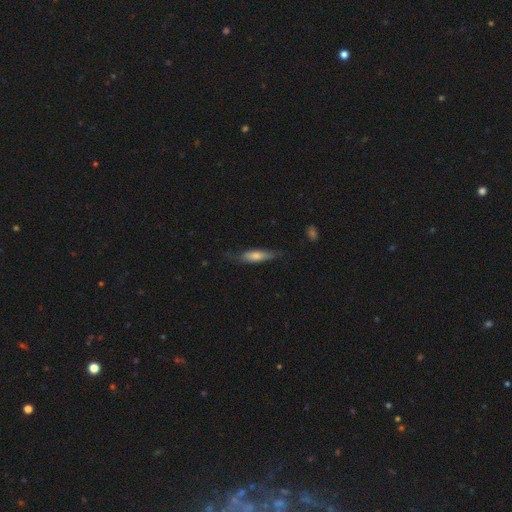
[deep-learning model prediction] The model was most divided on "smooth or featured": smooth: 56%, featured or disk: 37%, star or artifact: 7%. More confident: how rounded — cigar-shaped (70%); merging — none (69%).